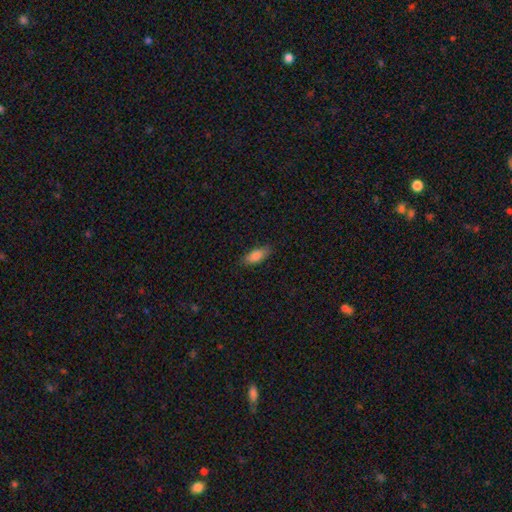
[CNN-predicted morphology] Overall: smooth (85%). How rounded: in between (77%). Merging: none (82%).